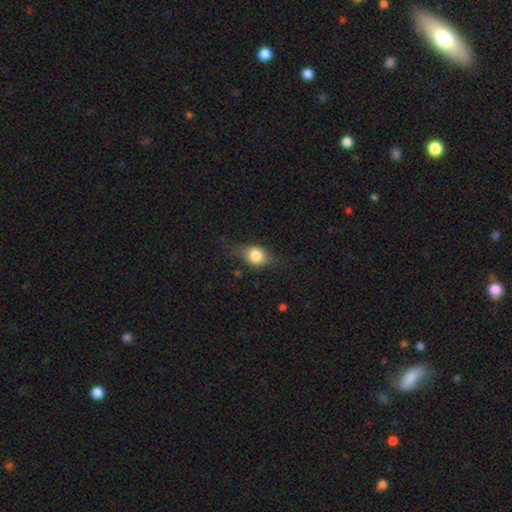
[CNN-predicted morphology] type=smooth (73%); roundness=in between (50%); merging=none (67%).